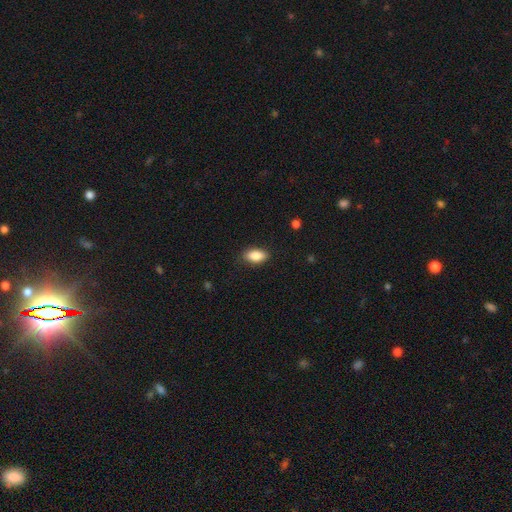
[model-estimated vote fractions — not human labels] Overall: smooth (86%). How rounded: in between (88%). Merging: none (85%).